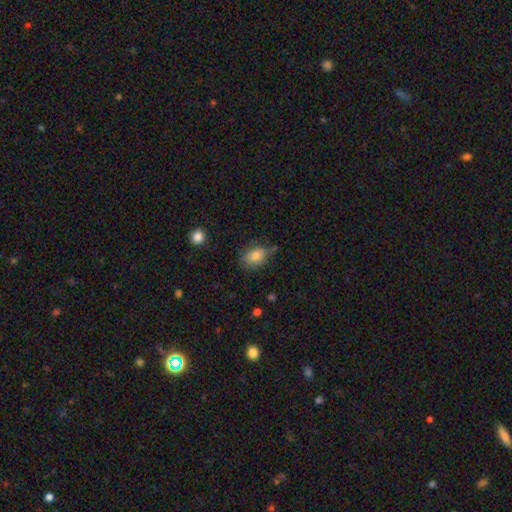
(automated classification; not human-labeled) A smooth galaxy with no disk features (82%) that is in between round and cigar-shaped (73%). Merging: none (68%).